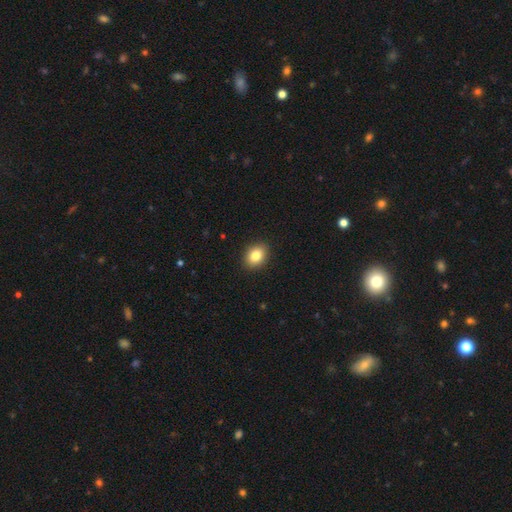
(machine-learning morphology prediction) Overall: smooth (83%). How rounded: in between (63%; round 36%). Merging: none (91%).